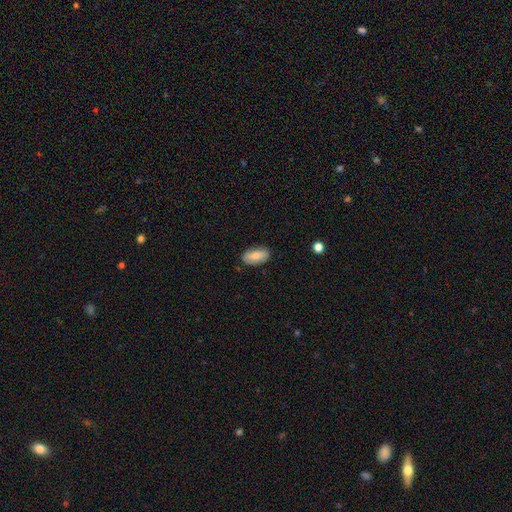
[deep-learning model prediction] A smooth galaxy with no disk features (76%) that is in between round and cigar-shaped (89%). Merging: none (84%).